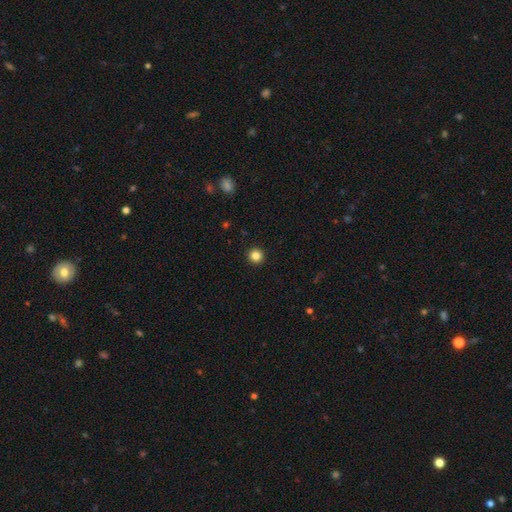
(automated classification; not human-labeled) Smooth or featured?
  - smooth: 84% *
  - star or artifact: 12%
  - featured or disk: 4%
How rounded?
  - round: 95% *
  - in between: 4%
  - cigar-shaped: 1%
Merging?
  - none: 94% *
  - minor disturbance: 4%
  - major disturbance: 1%
  - merger: 1%